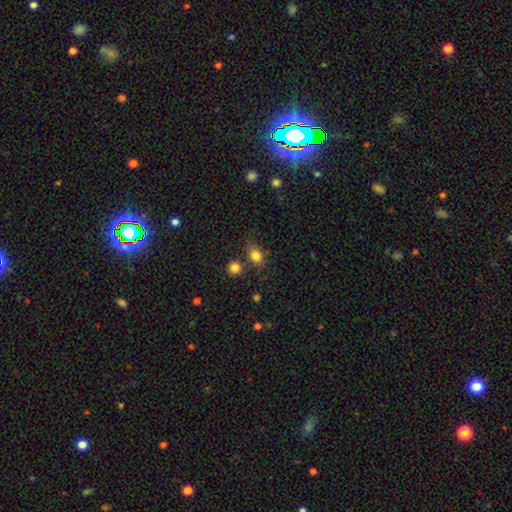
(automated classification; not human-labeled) Overall: smooth (83%). How rounded: in between (57%; round 41%). Merging: none (67%).